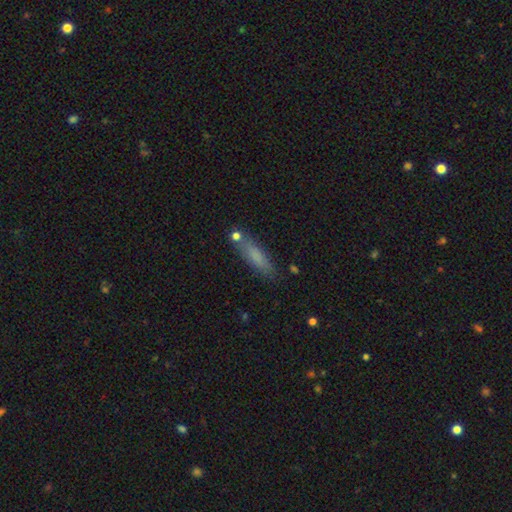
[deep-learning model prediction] Smooth or featured: smooth — 76% (featured or disk — 16%)
How rounded: cigar-shaped — 72% (in between — 26%)
Merging: none — 76% (minor disturbance — 14%)